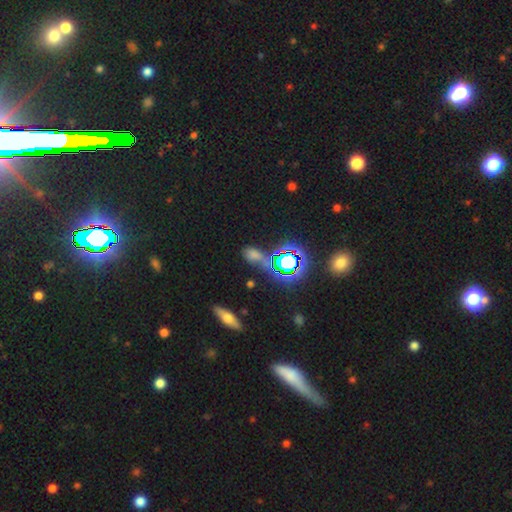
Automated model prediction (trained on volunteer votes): This appears to be a smooth galaxy with no disk features (46%). Merging: none (57%).